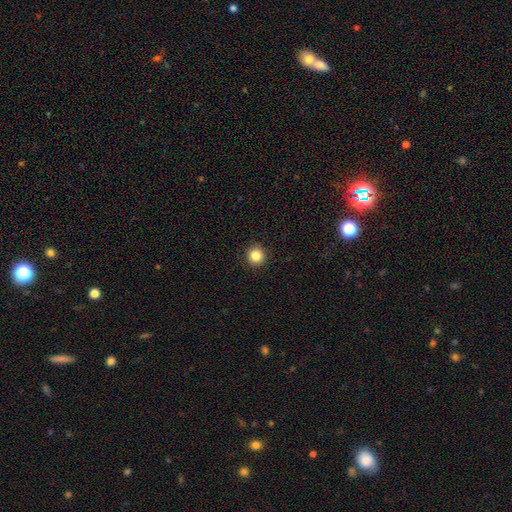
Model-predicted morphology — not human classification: smooth 85%, star or artifact 11%, featured or disk 5%. Down the decision tree: how rounded — round (95%); merging — none (93%).